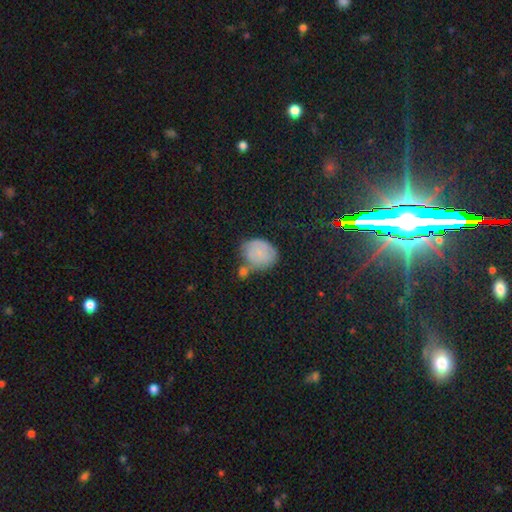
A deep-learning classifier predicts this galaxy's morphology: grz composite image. It shows a smooth galaxy with no disk features (64%) that is round (55%). Merging: none (48%).